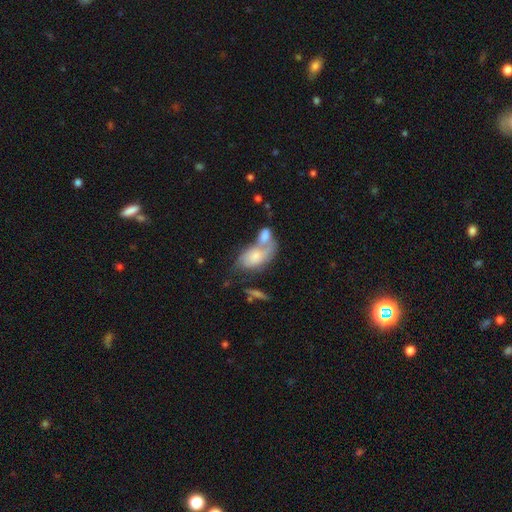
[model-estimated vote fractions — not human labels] featured or disk 49%, smooth 44%, star or artifact 7%. Down the decision tree: merging — merger (54%).